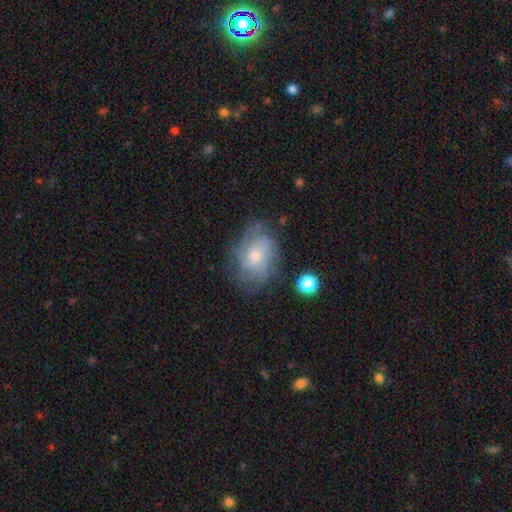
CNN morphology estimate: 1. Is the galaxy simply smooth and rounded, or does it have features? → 67% featured or disk, 23% smooth, 10% star or artifact.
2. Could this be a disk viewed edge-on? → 97% no, 3% yes.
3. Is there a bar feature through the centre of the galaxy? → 76% no, 21% weak, 3% strong.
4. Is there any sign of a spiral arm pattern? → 87% yes, 13% no.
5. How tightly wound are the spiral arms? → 52% tight, 34% medium, 14% loose.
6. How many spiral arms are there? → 49% can't tell, 16% 4, 13% 3, 9% 2, 7% more than 4, 5% 1.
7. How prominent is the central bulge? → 57% small, 37% moderate, 3% large, 2% none, 1% dominant.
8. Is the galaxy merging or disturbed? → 68% none, 20% minor disturbance, 10% major disturbance, 2% merger.